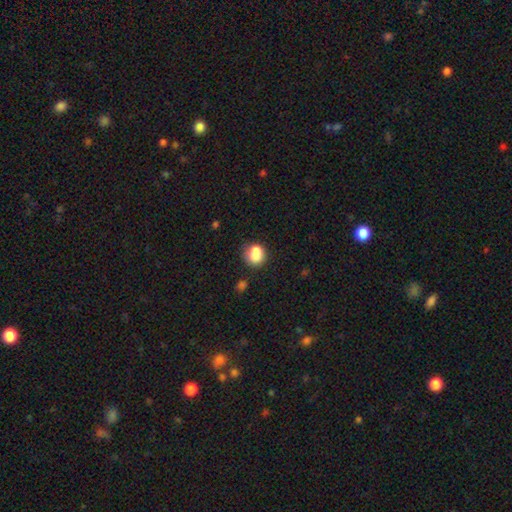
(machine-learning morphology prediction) smooth_or_featured: smooth (p=0.77) [alt: featured or disk p=0.13]
how_rounded: round (p=0.65) [alt: in between p=0.34]
merging: none (p=0.44) [alt: merger p=0.31]